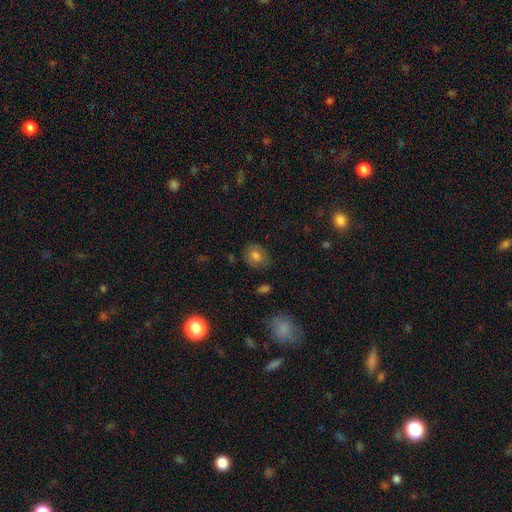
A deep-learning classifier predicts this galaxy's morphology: Smooth or featured? Predicted: smooth (p=0.73). How rounded? Predicted: in between (p=0.55). Merging? Predicted: none (p=0.75).